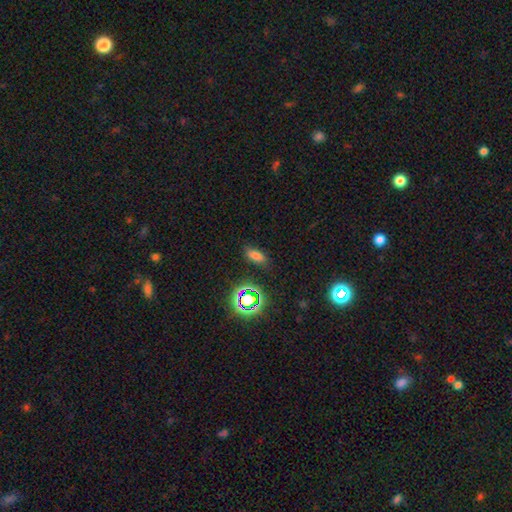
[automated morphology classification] The model was most divided on "smooth or featured": smooth: 69%, star or artifact: 22%, featured or disk: 9%. More confident: merging — none (80%); how rounded — in between (78%).